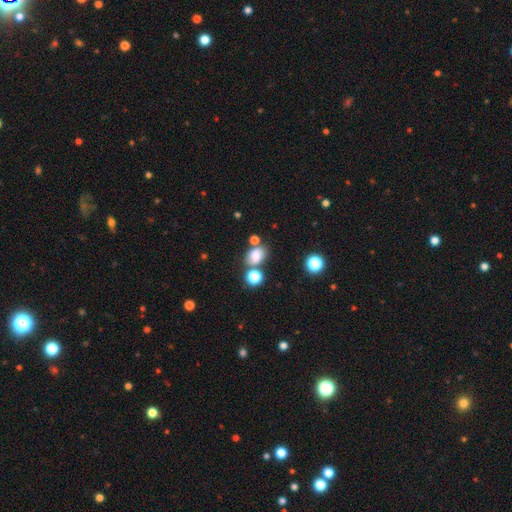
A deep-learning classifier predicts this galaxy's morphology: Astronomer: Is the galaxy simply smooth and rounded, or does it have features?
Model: smooth — 72%.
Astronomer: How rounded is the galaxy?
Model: in between — 69%.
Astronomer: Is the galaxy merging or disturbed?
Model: none — 56%.